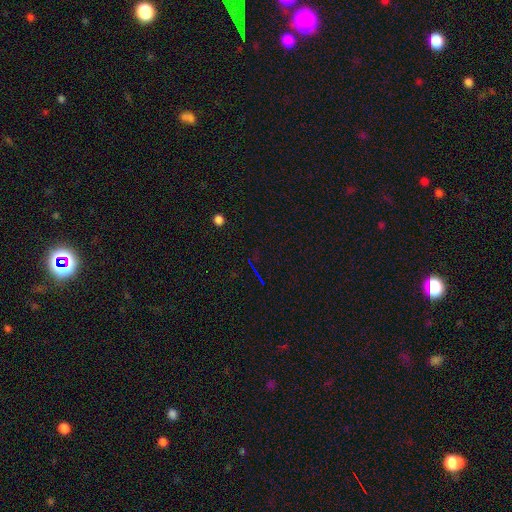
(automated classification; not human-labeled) Smooth or featured: star or artifact — 75% (smooth — 14%)